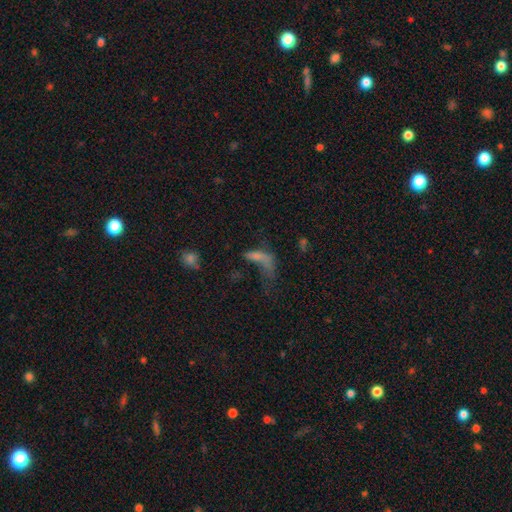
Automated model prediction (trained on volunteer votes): This appears to be a smooth galaxy with no disk features (54%) that is in between round and cigar-shaped (55%). Merging: major disturbance (52%).